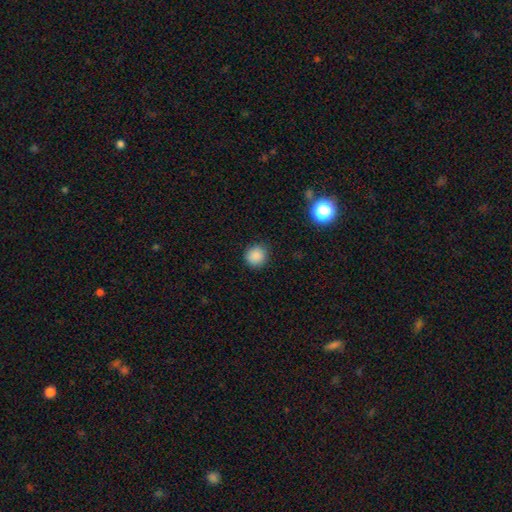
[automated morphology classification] This is clearly a smooth galaxy (87%). How rounded: clearly round (92%). Merging: clearly none (89%).